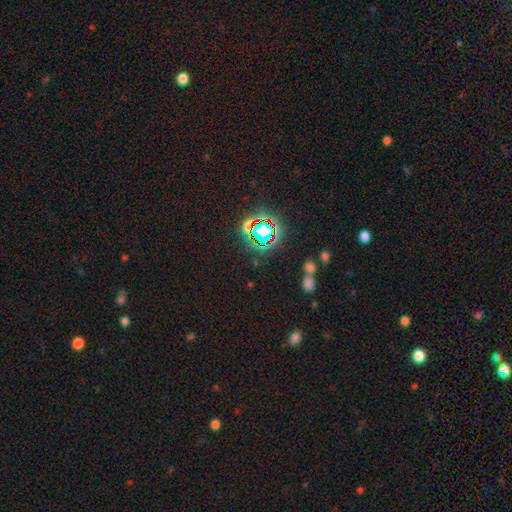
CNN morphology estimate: smooth-or-featured: star or artifact: 75% | smooth: 16% | featured or disk: 9%